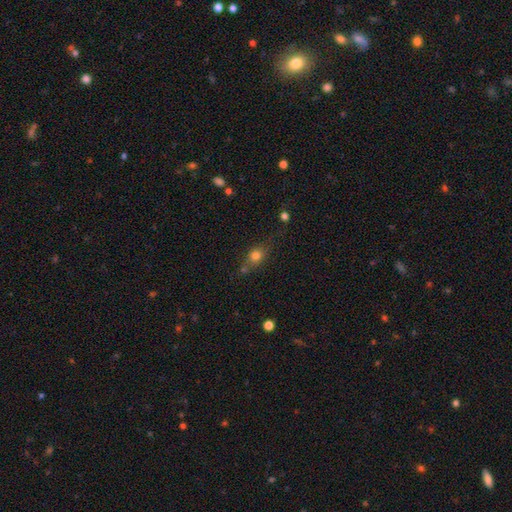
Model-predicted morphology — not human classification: smooth 76%, star or artifact 13%, featured or disk 11%. Down the decision tree: how rounded — round (61%); merging — none (57%).